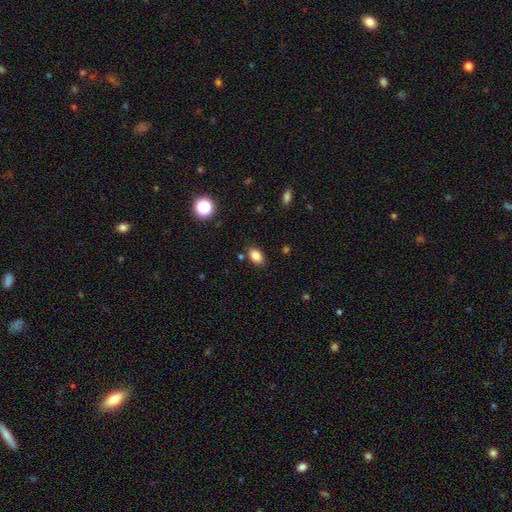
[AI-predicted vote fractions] A smooth galaxy with no disk features (84%) that is in between round and cigar-shaped (88%). Merging: none (84%).